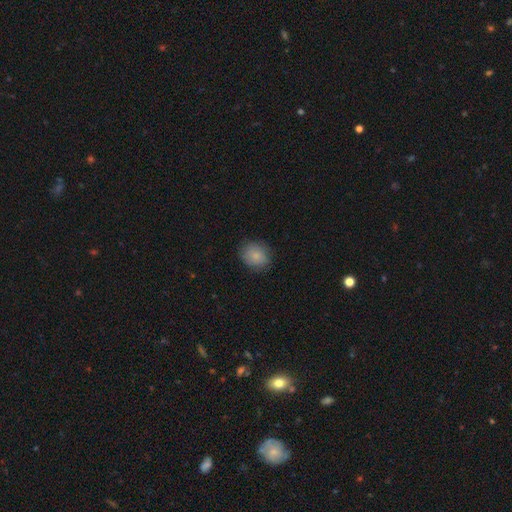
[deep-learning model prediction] Smooth or featured?
  - smooth: 83% *
  - featured or disk: 9%
  - star or artifact: 8%
How rounded?
  - round: 70% *
  - in between: 29%
  - cigar-shaped: 1%
Merging?
  - none: 81% *
  - minor disturbance: 15%
  - major disturbance: 4%
  - merger: 1%